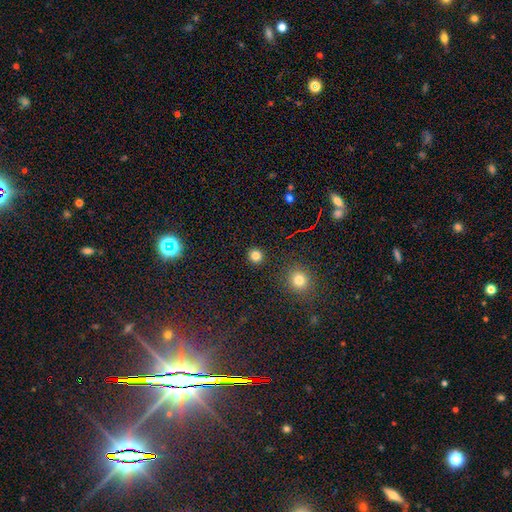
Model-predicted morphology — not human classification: Smooth or featured? Predicted: smooth (p=0.82). How rounded? Predicted: round (p=0.93). Merging? Predicted: none (p=0.92).